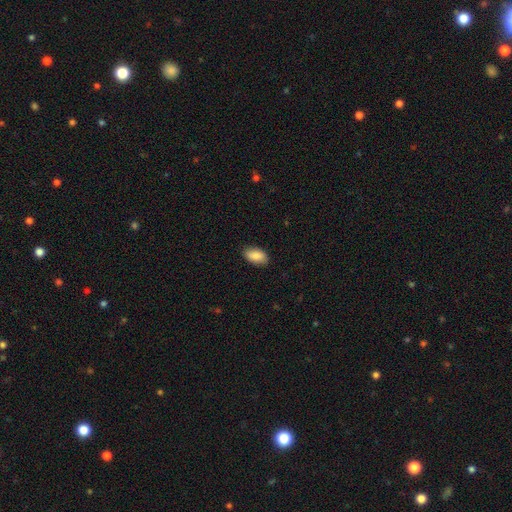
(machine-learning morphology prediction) A smooth galaxy with no disk features (88%) that is in between round and cigar-shaped (93%). Merging: none (87%).